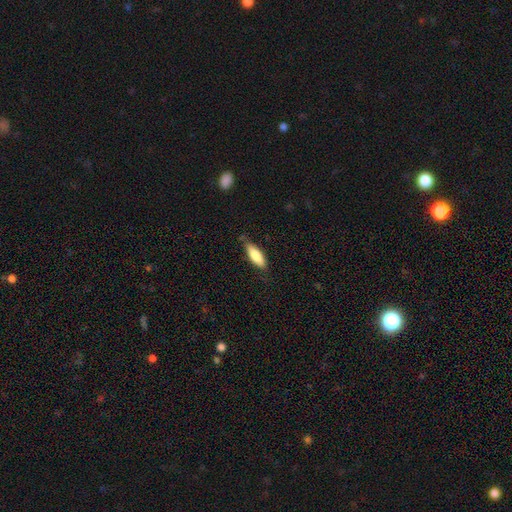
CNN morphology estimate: This is likely a smooth galaxy (80%). How rounded: likely in between (60%). Merging: likely none (76%).